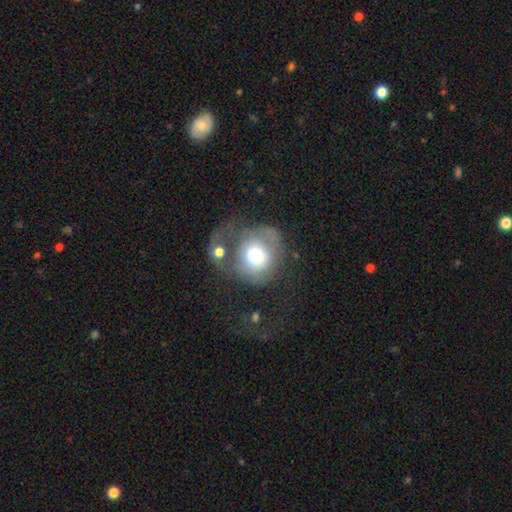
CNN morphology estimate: Q: Smooth or featured?
A: smooth (59%); runner-up: featured or disk (31%)
Q: How rounded?
A: round (84%); runner-up: in between (15%)
Q: Merging?
A: major disturbance (35%); runner-up: none (27%)